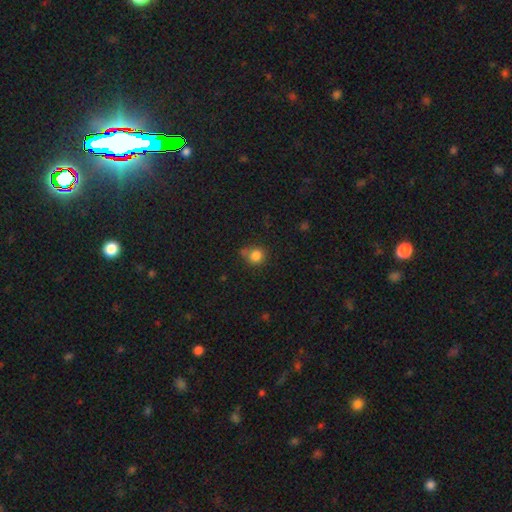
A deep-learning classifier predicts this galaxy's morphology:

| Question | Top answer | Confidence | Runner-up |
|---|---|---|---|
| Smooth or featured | smooth | 83% | star or artifact (11%) |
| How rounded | round | 87% | in between (12%) |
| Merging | none | 62% | minor disturbance (21%) |